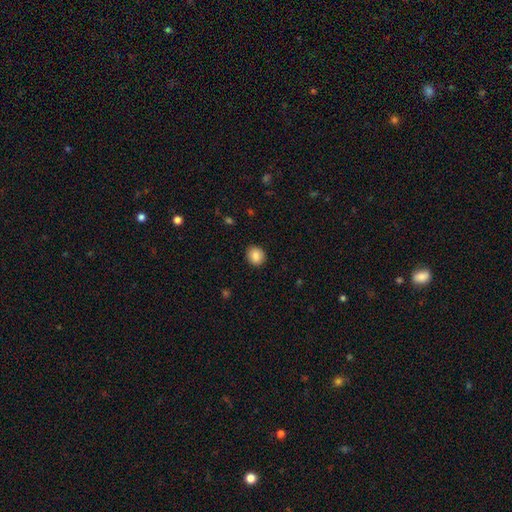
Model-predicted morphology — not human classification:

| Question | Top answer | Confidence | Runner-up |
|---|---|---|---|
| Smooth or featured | smooth | 86% | star or artifact (8%) |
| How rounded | round | 79% | in between (20%) |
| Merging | none | 90% | minor disturbance (7%) |